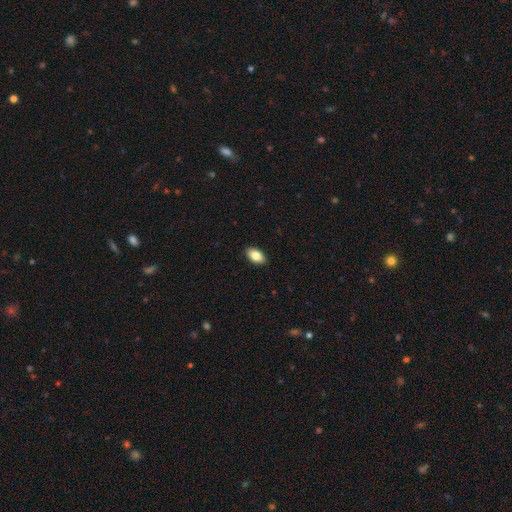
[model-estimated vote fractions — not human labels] Smooth or featured: smooth — 84% (featured or disk — 9%)
How rounded: in between — 93% (round — 5%)
Merging: none — 91% (minor disturbance — 7%)